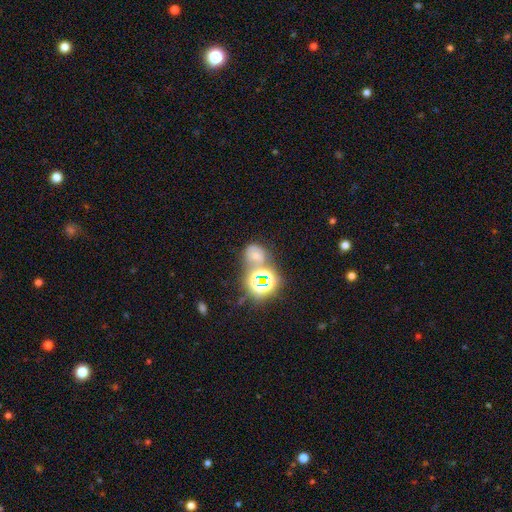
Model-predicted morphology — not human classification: Smooth or featured?
  - star or artifact: 44% *
  - smooth: 37%
  - featured or disk: 19%